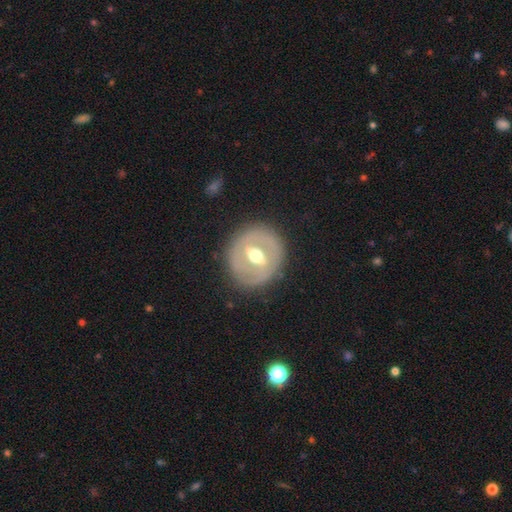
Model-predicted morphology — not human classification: This is likely a featured or disk galaxy (67%). It is clearly not viewed edge-on (92%). Bar: marginally strong (43%). Spiral arm pattern: likely no (72%). Central bulge: likely moderate (76%). Merging: clearly none (82%).